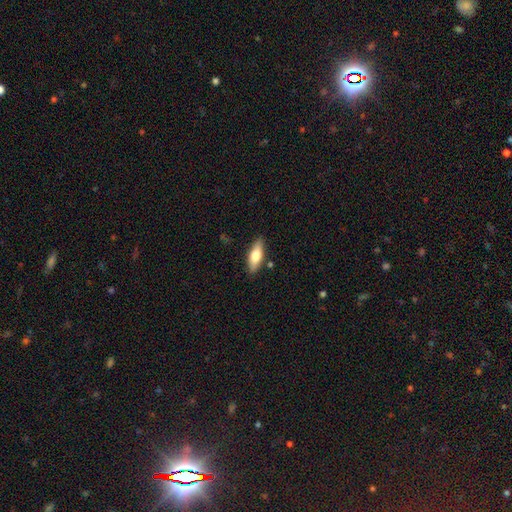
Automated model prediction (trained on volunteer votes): This is likely a smooth galaxy (69%). How rounded: likely in between (67%). Merging: clearly none (85%).